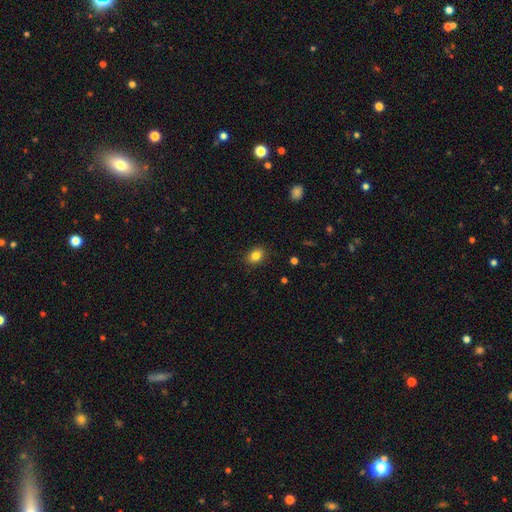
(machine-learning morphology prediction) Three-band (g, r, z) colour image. It shows a smooth galaxy with no disk features (83%) that is in between round and cigar-shaped (60%). Merging: none (88%).